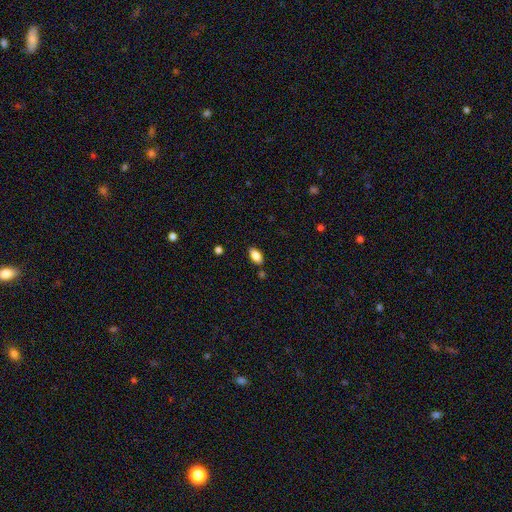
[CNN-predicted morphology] Smooth or featured? Predicted: smooth (p=0.85). How rounded? Predicted: in between (p=0.91). Merging? Predicted: none (p=0.82).